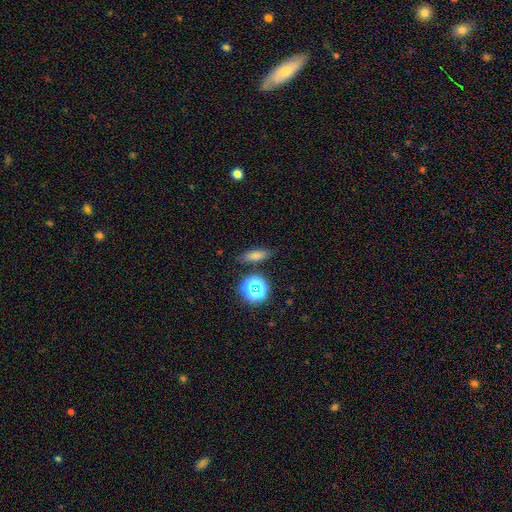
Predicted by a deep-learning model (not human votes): smooth_or_featured: smooth (p=0.72) [alt: star or artifact p=0.18]
how_rounded: in between (p=0.55) [alt: cigar-shaped p=0.34]
merging: none (p=0.82) [alt: minor disturbance p=0.11]